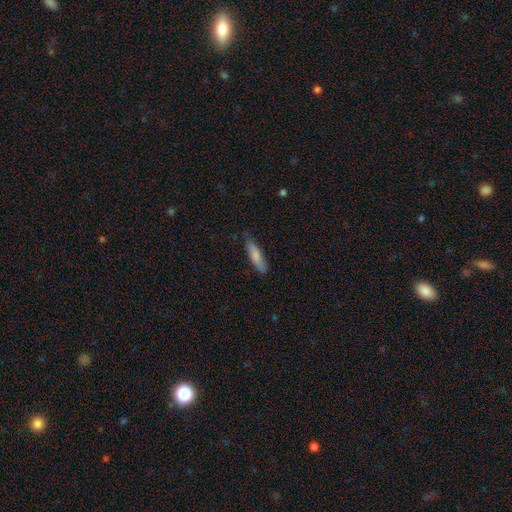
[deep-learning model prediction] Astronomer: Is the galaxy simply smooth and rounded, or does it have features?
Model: smooth — 79%.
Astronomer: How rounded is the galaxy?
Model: cigar-shaped — 73%.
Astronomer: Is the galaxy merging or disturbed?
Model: none — 79%.